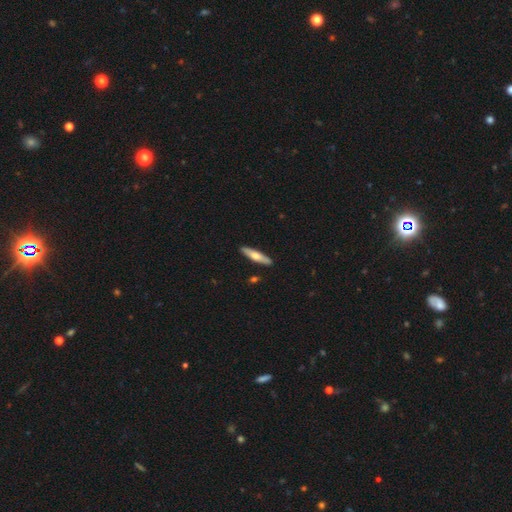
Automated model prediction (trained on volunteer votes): Smooth or featured? smooth (56%)
How rounded? cigar-shaped (80%)
Merging? none (89%)